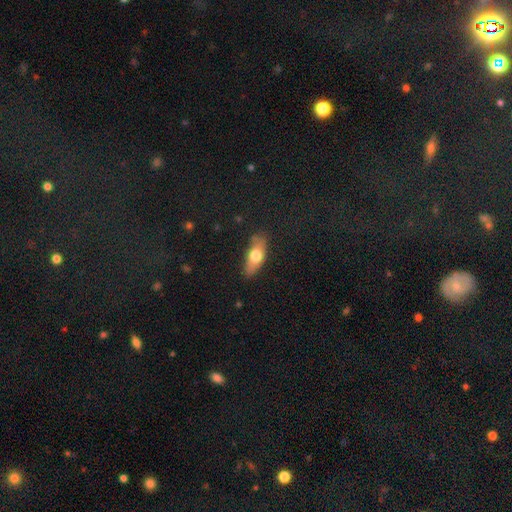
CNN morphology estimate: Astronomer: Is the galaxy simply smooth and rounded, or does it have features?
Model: smooth — 64%.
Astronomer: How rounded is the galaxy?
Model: in between — 70%.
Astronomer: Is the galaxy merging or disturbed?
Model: none — 80%.